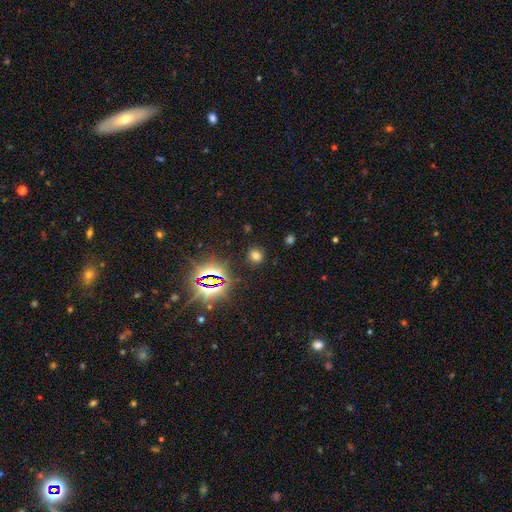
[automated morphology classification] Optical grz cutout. It shows a smooth galaxy with no disk features (64%) that is round (71%). Merging: none (86%).